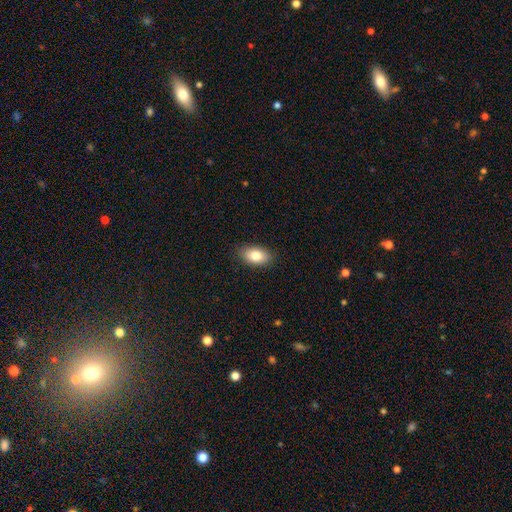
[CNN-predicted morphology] This is clearly a smooth galaxy (82%). How rounded: clearly in between (91%). Merging: clearly none (88%).